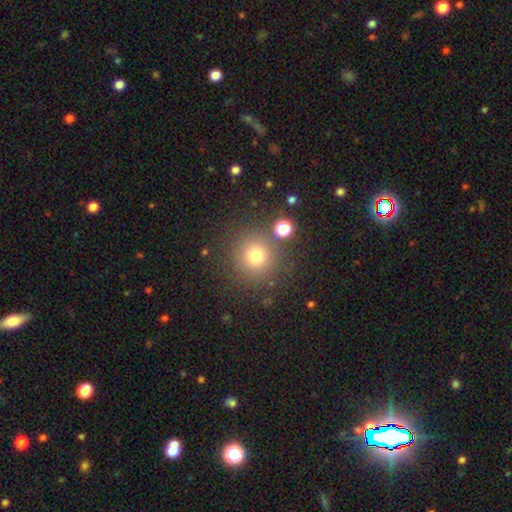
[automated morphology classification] A smooth galaxy with no disk features (75%) that is round (94%).

Vote fractions:
- Smooth or featured? smooth: 75% / star or artifact: 16% / featured or disk: 9%
- How rounded? round: 94% / in between: 5% / cigar-shaped: 1%
- Merging? none: 83% / minor disturbance: 8% / merger: 5% / major disturbance: 4%